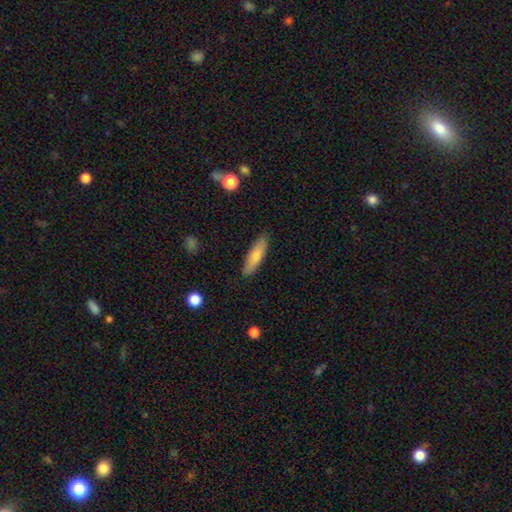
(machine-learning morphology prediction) Smooth or featured? smooth (70%)
How rounded? cigar-shaped (63%)
Merging? none (88%)